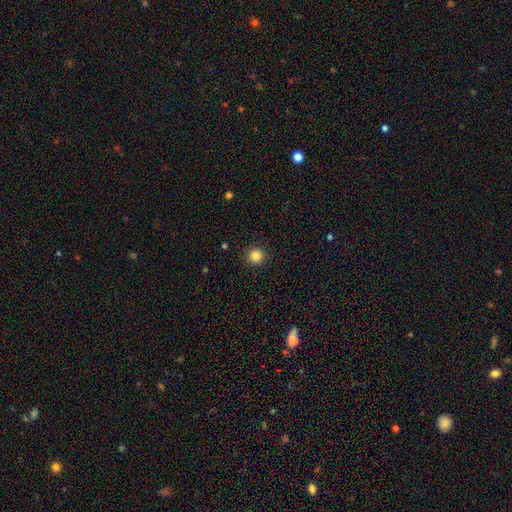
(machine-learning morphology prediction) The model was most divided on "smooth or featured": smooth: 85%, star or artifact: 11%, featured or disk: 4%. More confident: how rounded — round (95%); merging — none (93%).